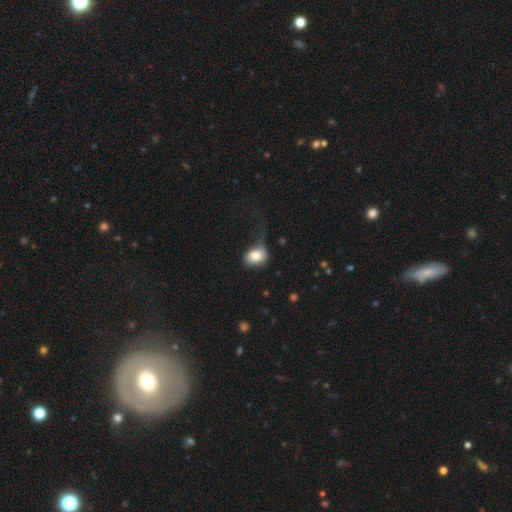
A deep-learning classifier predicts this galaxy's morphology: Smooth or featured?
  - smooth: 79% *
  - featured or disk: 13%
  - star or artifact: 9%
How rounded?
  - in between: 58% *
  - round: 41%
  - cigar-shaped: 1%
Merging?
  - none: 33% * (tied)
  - major disturbance: 33% * (tied)
  - minor disturbance: 30%
  - merger: 4%